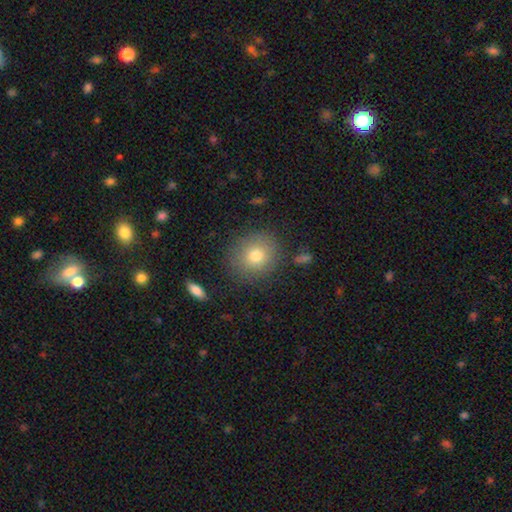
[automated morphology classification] The model was most divided on "smooth or featured": smooth: 77%, featured or disk: 12%, star or artifact: 11%. More confident: merging — none (84%); how rounded — round (83%).